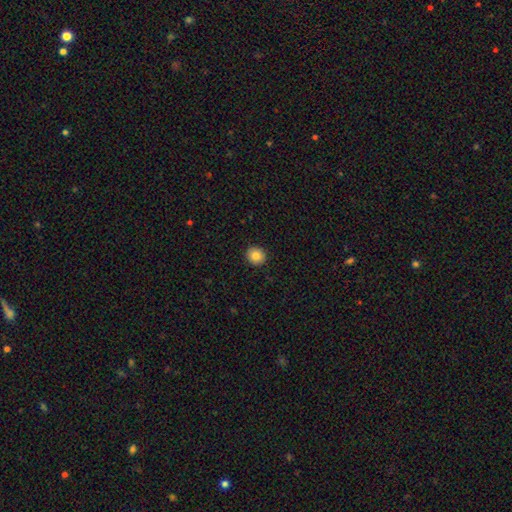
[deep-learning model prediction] Overall: smooth (84%). How rounded: round (87%). Merging: none (92%).